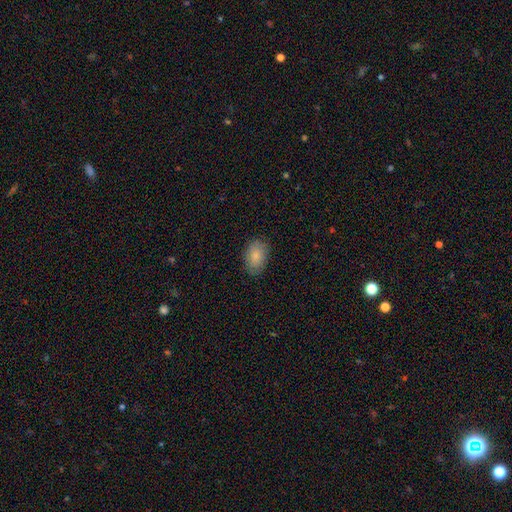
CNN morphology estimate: smooth_or_featured: smooth (p=0.86) [alt: featured or disk p=0.07]
how_rounded: in between (p=0.90) [alt: round p=0.09]
merging: none (p=0.85) [alt: minor disturbance p=0.11]